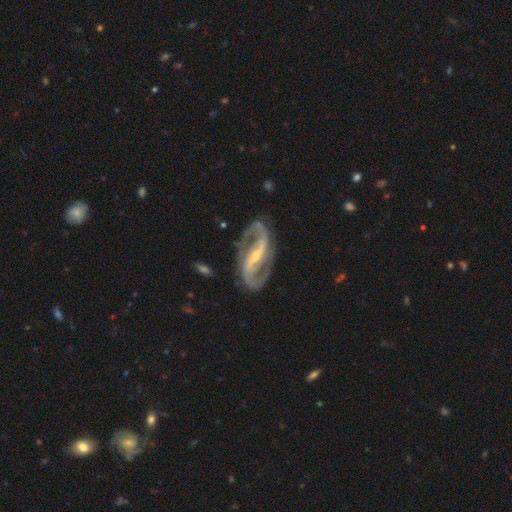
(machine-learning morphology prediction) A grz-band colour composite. It shows a featured or disk galaxy (93%) with a strong bar (69%), 2 (94%) medium (55%) spiral arms (98%) and a small central bulge (65%). Merging: none (82%).